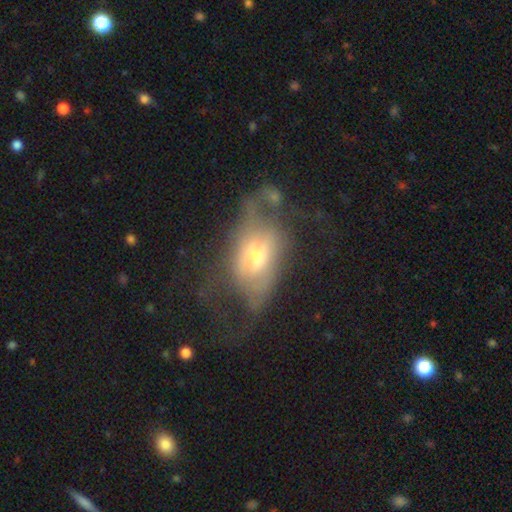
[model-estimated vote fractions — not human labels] smooth-or-featured: featured or disk: 55% | smooth: 36% | star or artifact: 9%
  disk-edge-on: no: 75% | yes: 25%
  merging: major disturbance: 48% | none: 25% | minor disturbance: 21% | merger: 6%